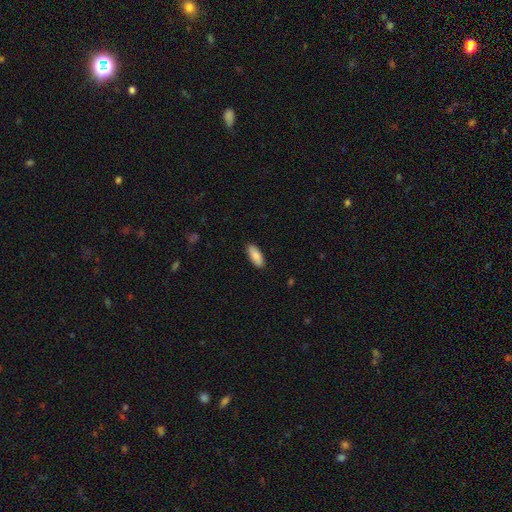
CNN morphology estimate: Smooth or featured?
  - smooth: 86% *
  - featured or disk: 9%
  - star or artifact: 6%
How rounded?
  - in between: 81% *
  - cigar-shaped: 17%
  - round: 2%
Merging?
  - none: 89% *
  - minor disturbance: 8%
  - major disturbance: 2%
  - merger: 1%